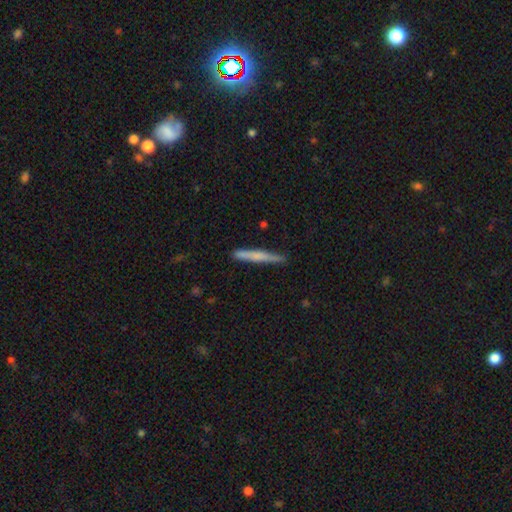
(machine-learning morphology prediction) Smooth or featured? Predicted: smooth (p=0.59). How rounded? Predicted: cigar-shaped (p=0.96). Merging? Predicted: none (p=0.86).